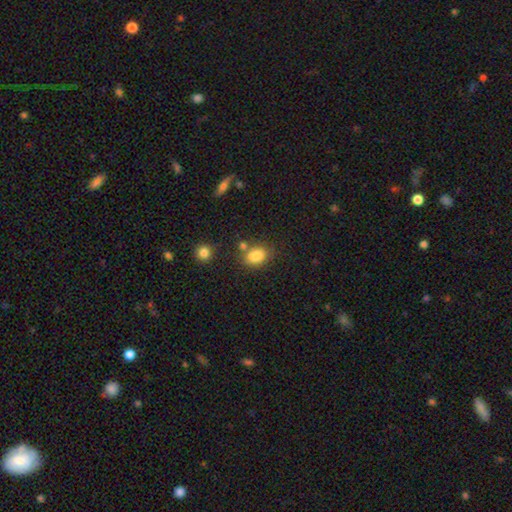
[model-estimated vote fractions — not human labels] The model was most divided on "merging": none: 66%, minor disturbance: 15%, merger: 15%, major disturbance: 5%. More confident: smooth or featured — smooth (85%); how rounded — in between (76%).